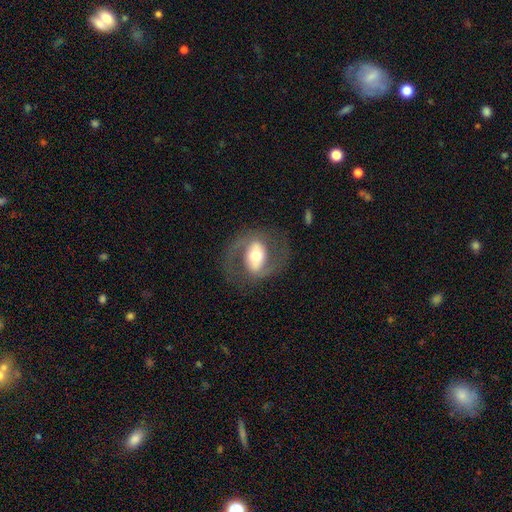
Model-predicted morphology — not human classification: The model was most divided on "bar": strong: 47%, weak: 31%, no: 22%. More confident: edge-on disk — no (94%); spiral arm count — 2 (88%); smooth or featured — featured or disk (74%); merging — none (74%); spiral arms — yes (73%); bulge size — moderate (61%); spiral winding — medium (53%).